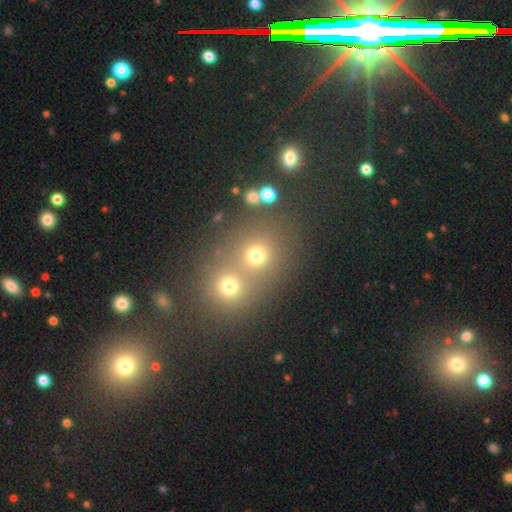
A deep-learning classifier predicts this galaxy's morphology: A smooth galaxy with no disk features (69%) that is round (82%).

Vote fractions:
- Smooth or featured? smooth: 69% / star or artifact: 20% / featured or disk: 11%
- How rounded? round: 82% / in between: 17% / cigar-shaped: 1%
- Merging? none: 47% / merger: 43% / minor disturbance: 7% / major disturbance: 3%